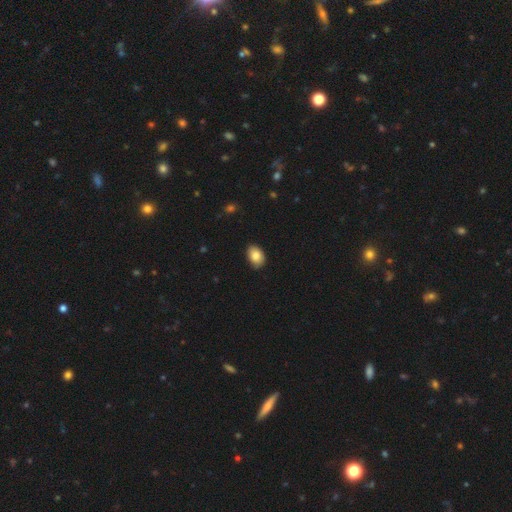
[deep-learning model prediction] smooth 85%, featured or disk 7%, star or artifact 7%. Down the decision tree: how rounded — in between (82%); merging — none (82%).